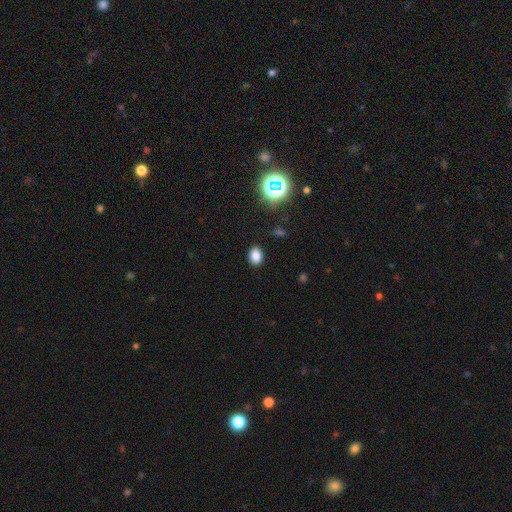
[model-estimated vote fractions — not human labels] Smooth or featured: smooth — 81% (star or artifact — 14%)
How rounded: in between — 70% (round — 29%)
Merging: none — 88% (minor disturbance — 8%)